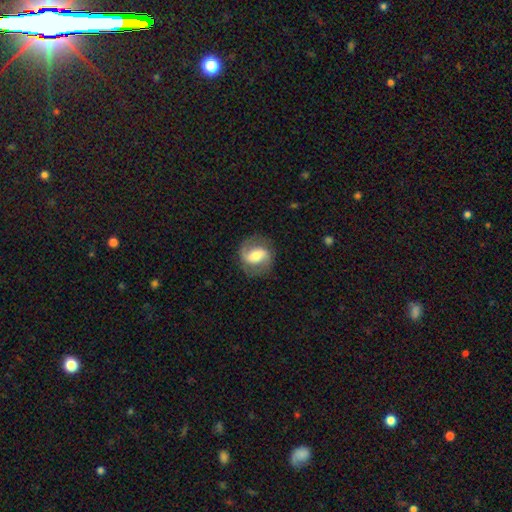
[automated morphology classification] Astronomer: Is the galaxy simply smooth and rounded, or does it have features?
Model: featured or disk — 66%.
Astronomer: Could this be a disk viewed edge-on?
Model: no — 97%.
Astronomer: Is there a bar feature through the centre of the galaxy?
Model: weak — 42% (runner-up: strong, 34%).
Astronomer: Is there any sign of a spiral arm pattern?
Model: yes — 87%.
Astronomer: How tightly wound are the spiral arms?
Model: medium — 46% (runner-up: loose, 32%).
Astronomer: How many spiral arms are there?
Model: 2 — 86%.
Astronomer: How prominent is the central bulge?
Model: moderate — 55%.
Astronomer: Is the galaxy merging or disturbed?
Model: none — 79%.